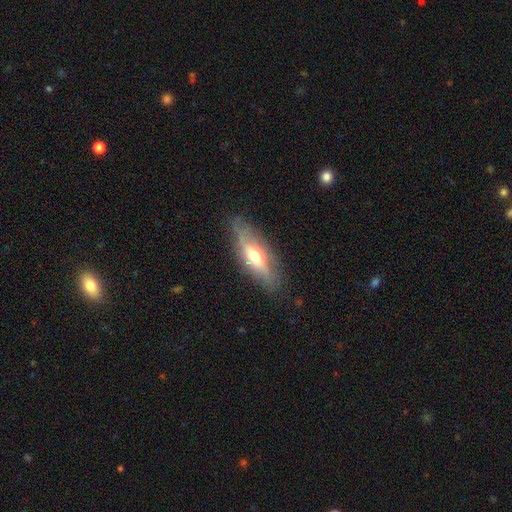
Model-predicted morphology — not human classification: A smooth galaxy with no disk features (51%) that is in between round and cigar-shaped (58%). Merging: none (78%).